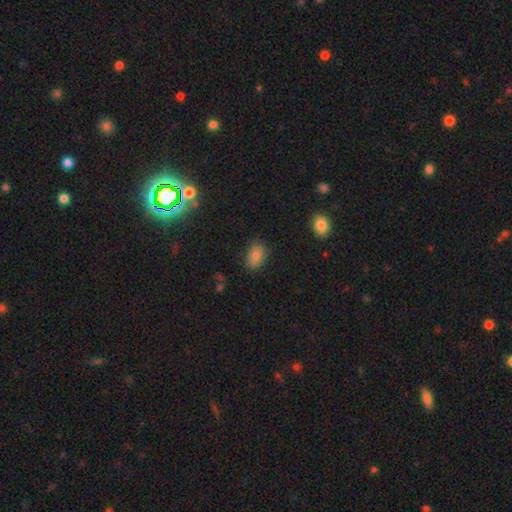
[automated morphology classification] Smooth or featured?
  - smooth: 77% *
  - star or artifact: 13%
  - featured or disk: 10%
How rounded?
  - in between: 79% *
  - round: 20%
  - cigar-shaped: 1%
Merging?
  - none: 80% *
  - minor disturbance: 15%
  - major disturbance: 3%
  - merger: 2%